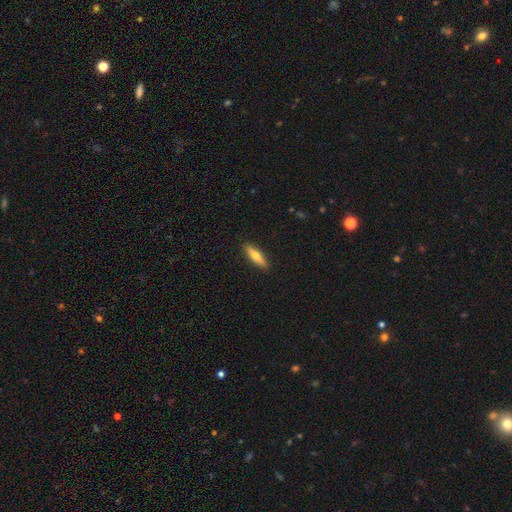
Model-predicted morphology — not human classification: This appears to be a smooth galaxy with no disk features (62%) that is cigar-shaped (70%). Merging: none (90%).